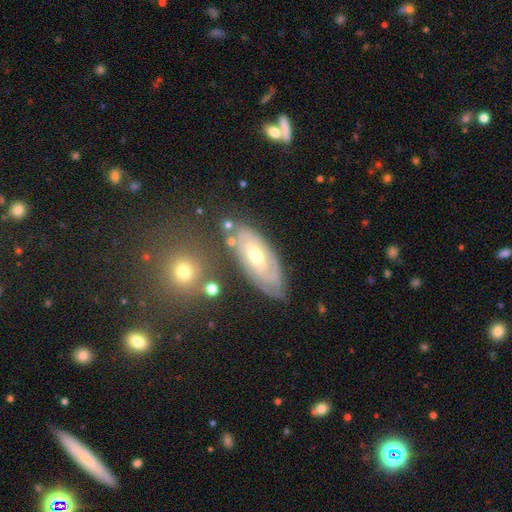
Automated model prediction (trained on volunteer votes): Smooth or featured? Predicted: featured or disk (p=0.72). Edge-on disk? Predicted: no (p=0.88). Bar? Predicted: no (p=0.56). Spiral arms? Predicted: yes (p=0.80). Spiral winding? Predicted: tight (p=0.75). Spiral arm count? Predicted: can't tell (p=0.60). Bulge size? Predicted: moderate (p=0.61). Merging? Predicted: none (p=0.69).